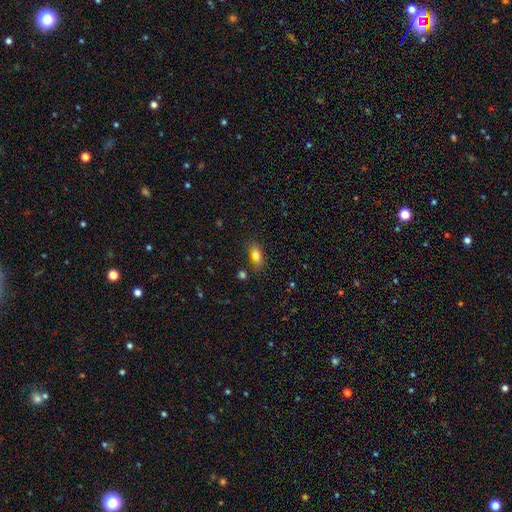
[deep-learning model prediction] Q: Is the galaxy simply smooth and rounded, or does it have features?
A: smooth — 78%.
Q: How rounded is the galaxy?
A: in between — 76%.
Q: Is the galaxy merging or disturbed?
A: none — 73%.